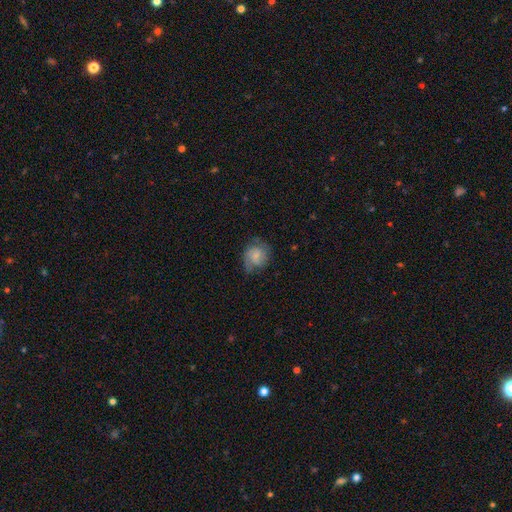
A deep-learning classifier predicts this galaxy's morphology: This is possibly a smooth galaxy (55%). How rounded: likely round (68%). Merging: possibly none (54%).